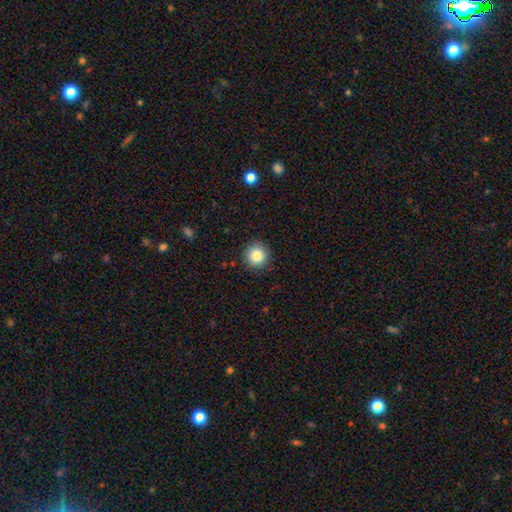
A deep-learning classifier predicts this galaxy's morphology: A smooth galaxy with no disk features (85%) that is round (95%).

Vote fractions:
- Smooth or featured? smooth: 85% / star or artifact: 10% / featured or disk: 5%
- How rounded? round: 95% / in between: 4% / cigar-shaped: 1%
- Merging? none: 90% / minor disturbance: 7% / major disturbance: 2% / merger: 1%